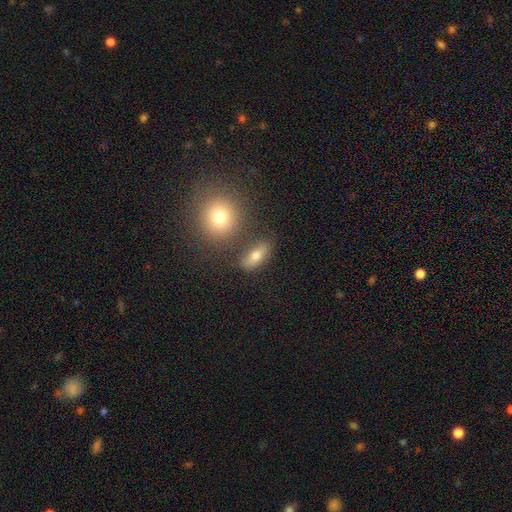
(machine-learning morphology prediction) smooth-or-featured: smooth: 70% | featured or disk: 16% | star or artifact: 14%
  how-rounded: in between: 66% | round: 18% | cigar-shaped: 16%
  merging: none: 74% | minor disturbance: 12% | merger: 9% | major disturbance: 5%